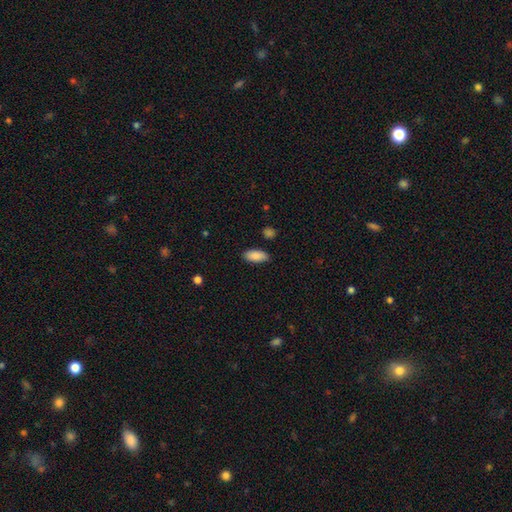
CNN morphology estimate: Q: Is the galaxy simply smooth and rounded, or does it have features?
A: smooth — 87%.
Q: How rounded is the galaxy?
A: in between — 88%.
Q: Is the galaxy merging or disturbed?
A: none — 86%.